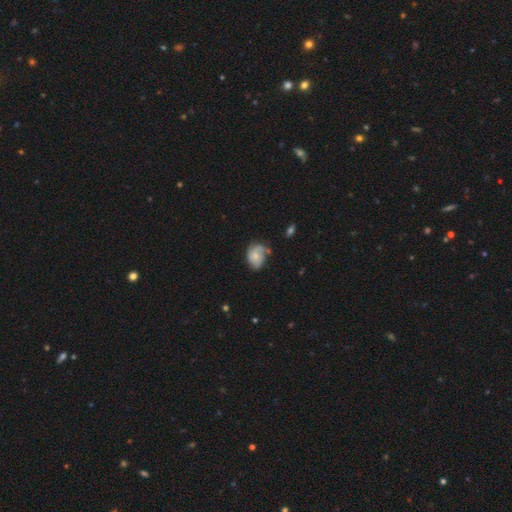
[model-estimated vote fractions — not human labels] Morphology: type=smooth (51%); roundness=in between (68%); merging=none (42%).